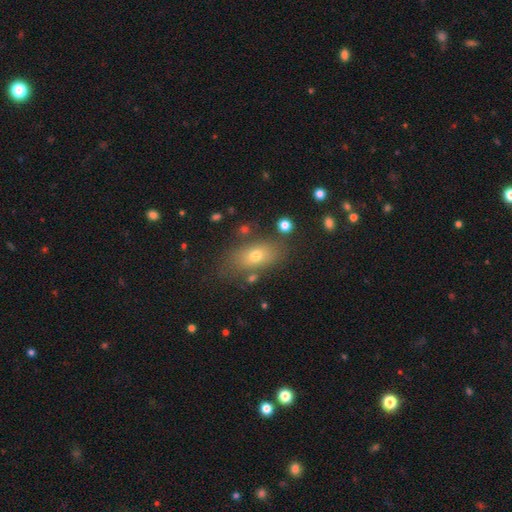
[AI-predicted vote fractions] smooth 69%, featured or disk 19%, star or artifact 12%. Down the decision tree: how rounded — in between (80%); merging — none (75%).